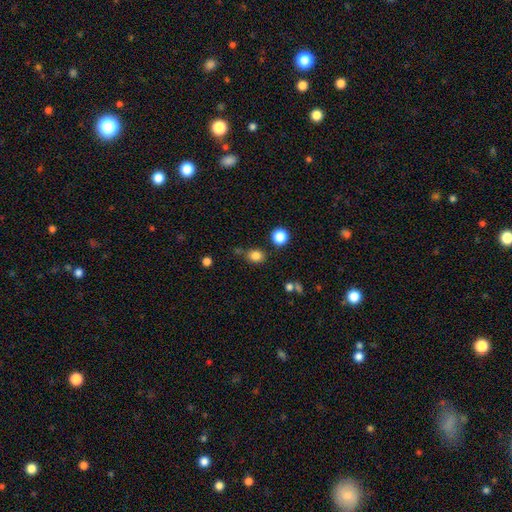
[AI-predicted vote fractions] A smooth galaxy with no disk features (82%) that is round (59%). Merging: none (72%).